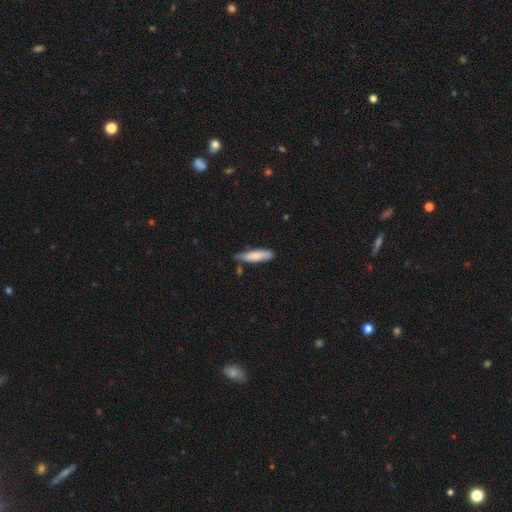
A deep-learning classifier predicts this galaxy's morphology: This appears to be a smooth galaxy with no disk features (79%) that is cigar-shaped (67%). Merging: none (61%).